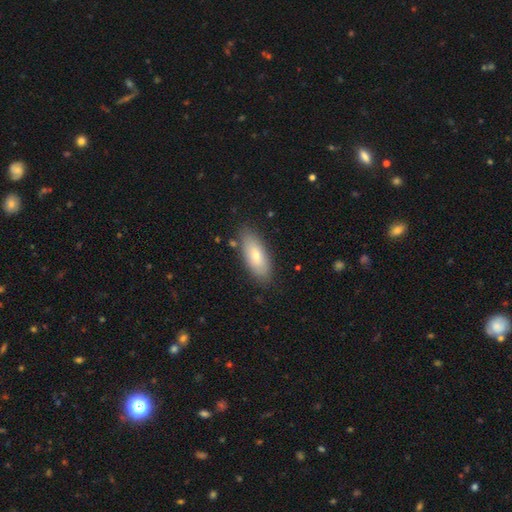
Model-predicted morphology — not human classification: The model was most divided on "how rounded": in between: 78%, cigar-shaped: 20%, round: 2%. More confident: merging — none (83%); smooth or featured — smooth (76%).